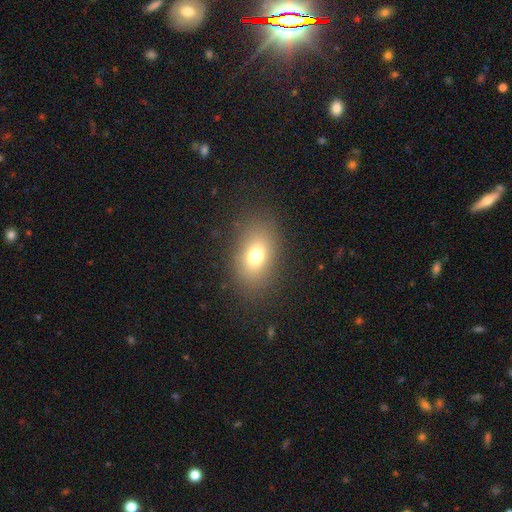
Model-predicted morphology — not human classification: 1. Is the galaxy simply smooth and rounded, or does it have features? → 73% smooth, 14% star or artifact, 13% featured or disk.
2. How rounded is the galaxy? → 79% in between, 20% round, 2% cigar-shaped.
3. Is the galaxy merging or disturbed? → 84% none, 10% minor disturbance, 5% major disturbance, 1% merger.